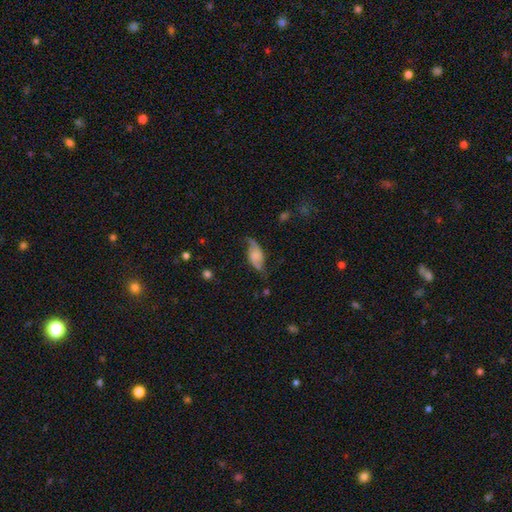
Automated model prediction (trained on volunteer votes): This is possibly a featured or disk galaxy (57%). It is clearly not viewed edge-on (90%). Bar: likely no (67%). Spiral arm pattern: clearly yes (87%). Central bulge: marginally none (37%). Merging: possibly none (56%).